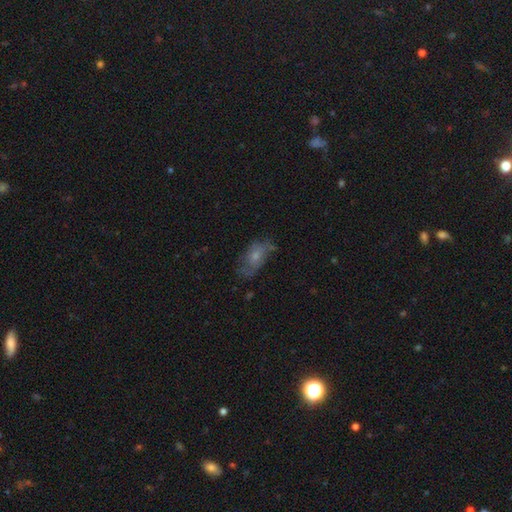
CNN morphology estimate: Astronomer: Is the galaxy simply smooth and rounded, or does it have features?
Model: smooth — 51% (runner-up: featured or disk, 38%).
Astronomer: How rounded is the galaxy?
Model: in between — 86%.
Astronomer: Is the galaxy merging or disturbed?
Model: none — 53%.